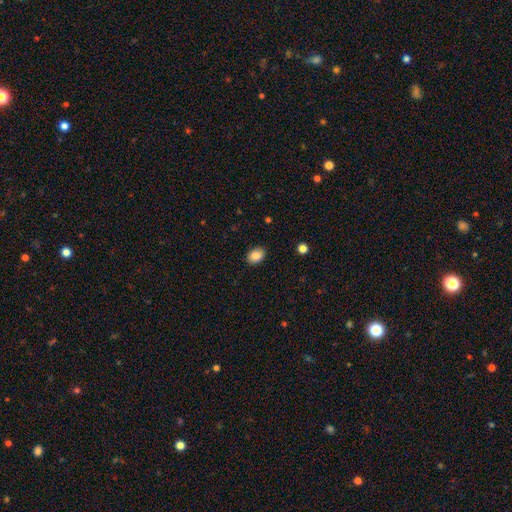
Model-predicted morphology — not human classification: A smooth galaxy with no disk features (86%) that is in between round and cigar-shaped (77%). Merging: none (88%).